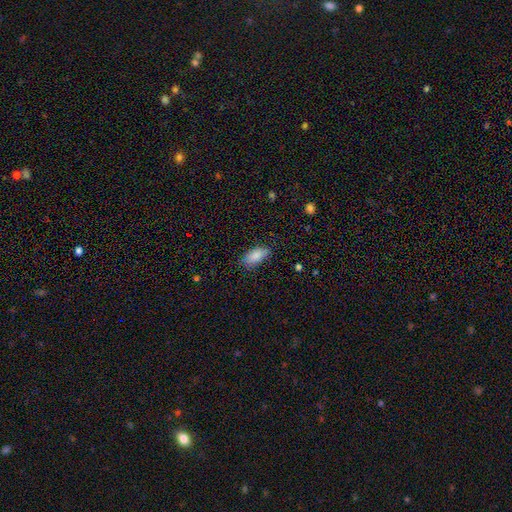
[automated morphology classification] A smooth galaxy with no disk features (87%) that is in between round and cigar-shaped (90%).

Vote fractions:
- Smooth or featured? smooth: 87% / star or artifact: 7% / featured or disk: 6%
- How rounded? in between: 90% / cigar-shaped: 7% / round: 3%
- Merging? none: 81% / minor disturbance: 15% / major disturbance: 3% / merger: 1%